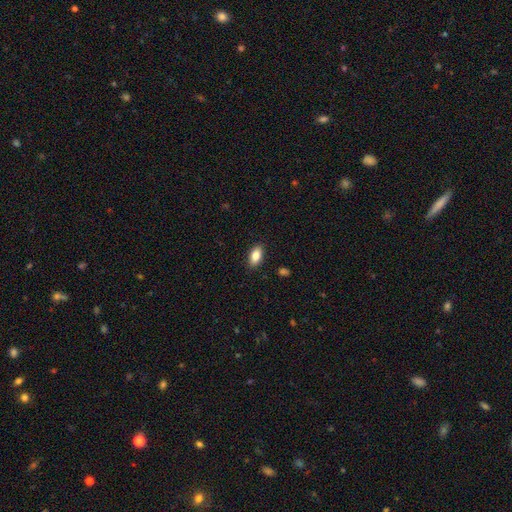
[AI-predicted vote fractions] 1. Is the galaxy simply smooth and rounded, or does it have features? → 84% smooth, 9% featured or disk, 7% star or artifact.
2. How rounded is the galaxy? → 91% in between, 5% cigar-shaped, 4% round.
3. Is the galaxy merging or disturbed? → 89% none, 8% minor disturbance, 2% major disturbance, 1% merger.